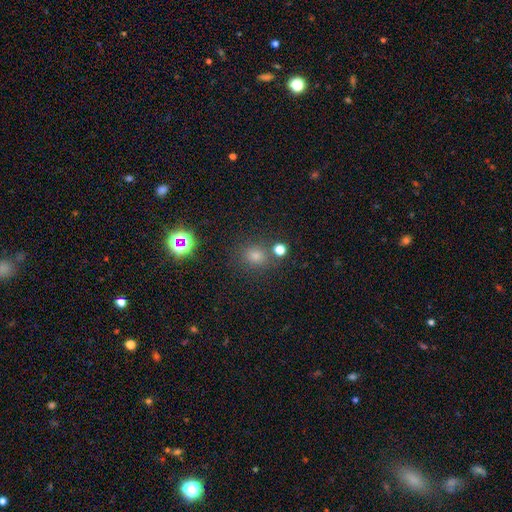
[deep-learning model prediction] The model was most divided on "smooth or featured": smooth: 65%, star or artifact: 29%, featured or disk: 7%. More confident: how rounded — round (85%); merging — none (80%).